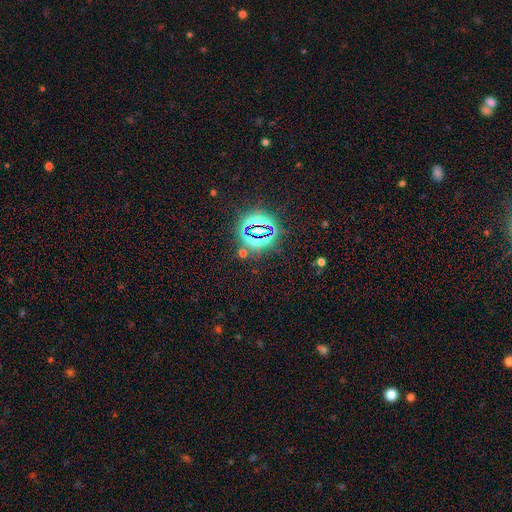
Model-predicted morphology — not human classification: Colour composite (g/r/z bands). It shows a star or artifact, not a galaxy (80%).